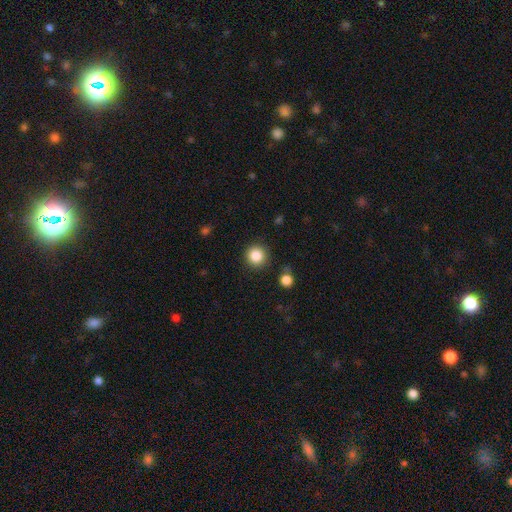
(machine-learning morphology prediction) Smooth or featured?
  - smooth: 85% *
  - star or artifact: 10%
  - featured or disk: 4%
How rounded?
  - round: 94% *
  - in between: 5%
  - cigar-shaped: 1%
Merging?
  - none: 89% *
  - minor disturbance: 6%
  - major disturbance: 3%
  - merger: 2%